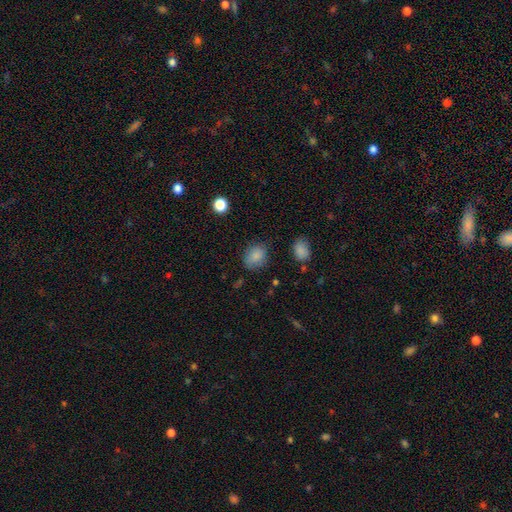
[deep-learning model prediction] A smooth galaxy with no disk features (84%) that is in between round and cigar-shaped (59%). Merging: none (72%).